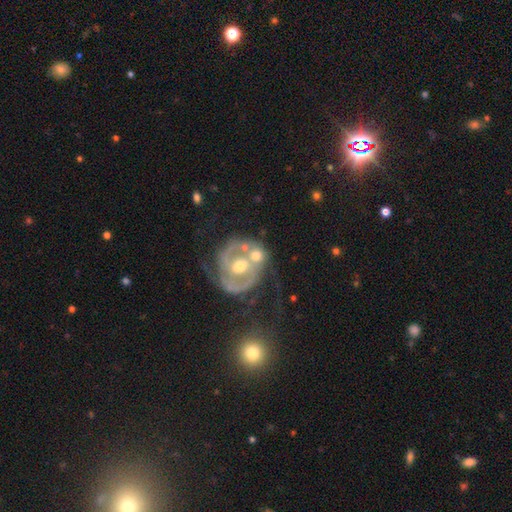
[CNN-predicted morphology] A featured or disk galaxy (73%) with no bar (59%), 2 (74%) medium (46%) spiral arms (80%) and a moderate central bulge (71%). Merging: none (37%).